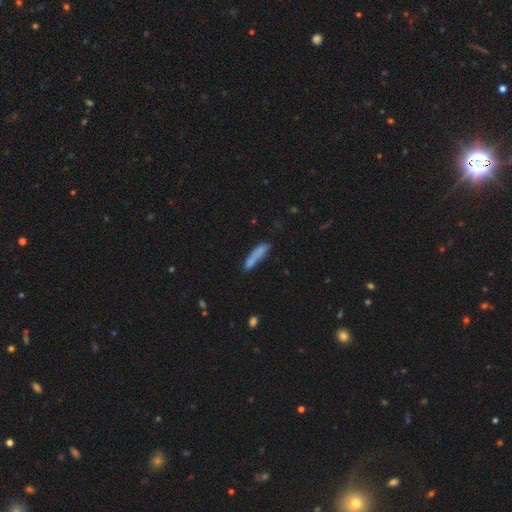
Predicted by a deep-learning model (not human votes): Overall: smooth (76%). How rounded: cigar-shaped (86%). Merging: none (64%).